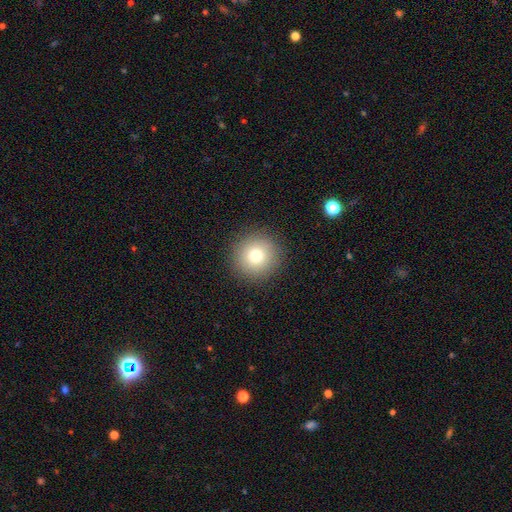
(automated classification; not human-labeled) smooth 77%, star or artifact 12%, featured or disk 11%. Down the decision tree: how rounded — round (95%); merging — none (91%).